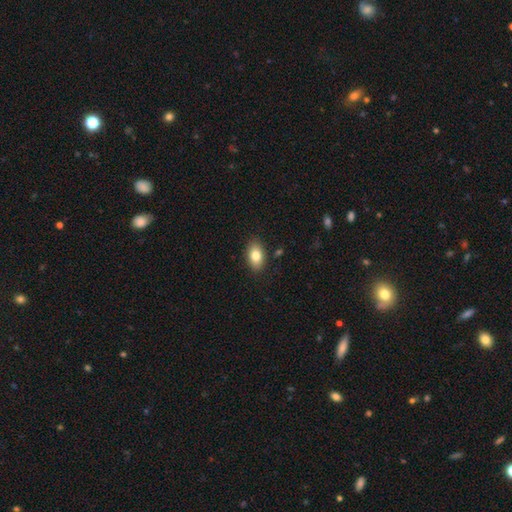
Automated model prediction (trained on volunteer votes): smooth_or_featured: smooth (p=0.81) [alt: featured or disk p=0.12]
how_rounded: in between (p=0.91) [alt: round p=0.07]
merging: none (p=0.87) [alt: minor disturbance p=0.09]